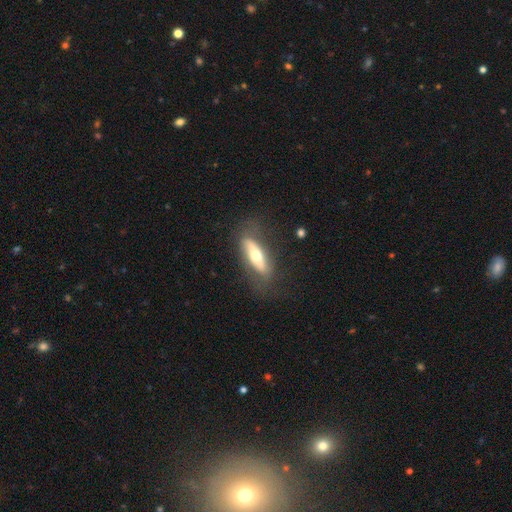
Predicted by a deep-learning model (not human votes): This appears to be a featured or disk galaxy (48%). Merging: none (71%).